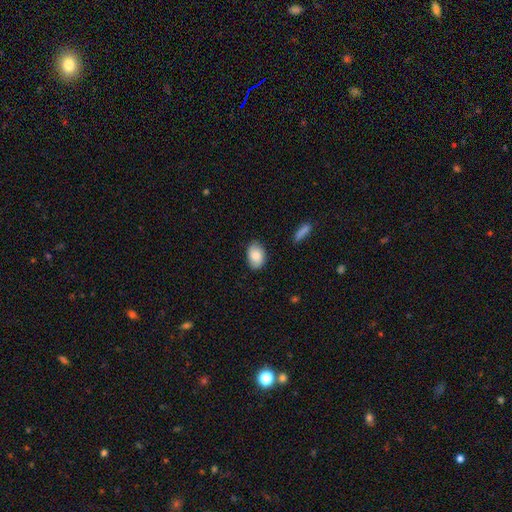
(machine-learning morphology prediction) smooth 84%, featured or disk 9%, star or artifact 7%. Down the decision tree: how rounded — in between (87%); merging — none (82%).